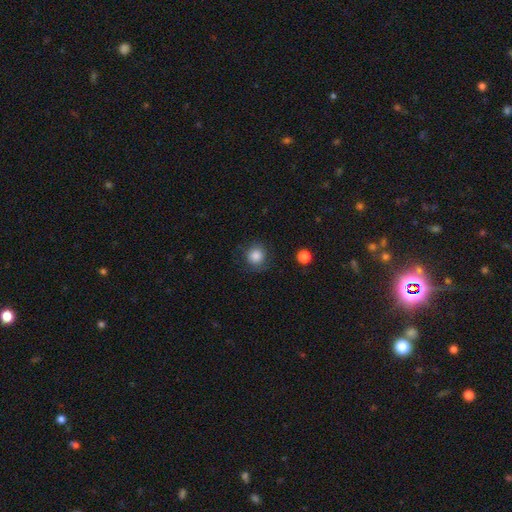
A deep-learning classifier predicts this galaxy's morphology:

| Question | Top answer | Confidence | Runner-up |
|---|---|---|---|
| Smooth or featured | smooth | 85% | star or artifact (9%) |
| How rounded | round | 90% | in between (9%) |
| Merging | none | 80% | minor disturbance (13%) |